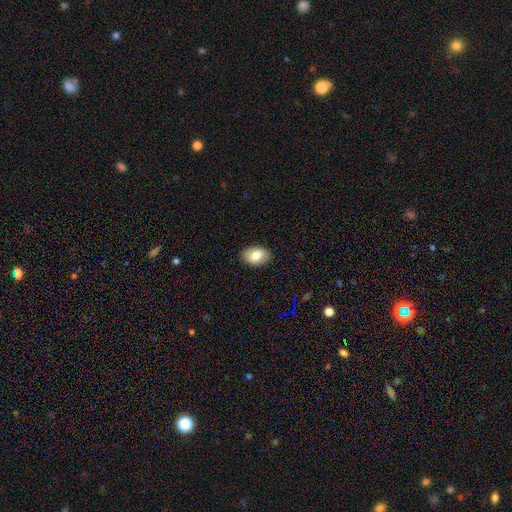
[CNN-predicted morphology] The model was most divided on "smooth or featured": smooth: 77%, featured or disk: 16%, star or artifact: 7%. More confident: how rounded — in between (89%); merging — none (87%).